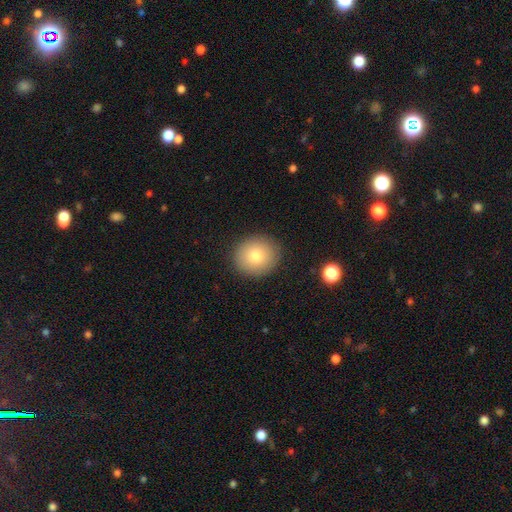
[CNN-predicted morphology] Smooth or featured? Predicted: smooth (p=0.79). How rounded? Predicted: round (p=0.78). Merging? Predicted: none (p=0.90).